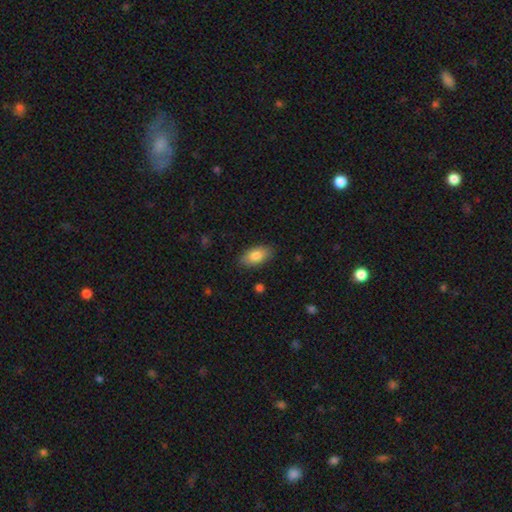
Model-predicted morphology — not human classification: Smooth or featured?
  - smooth: 84% *
  - featured or disk: 9%
  - star or artifact: 7%
How rounded?
  - in between: 92% *
  - cigar-shaped: 4%
  - round: 4%
Merging?
  - none: 85% *
  - minor disturbance: 11%
  - major disturbance: 2%
  - merger: 1%